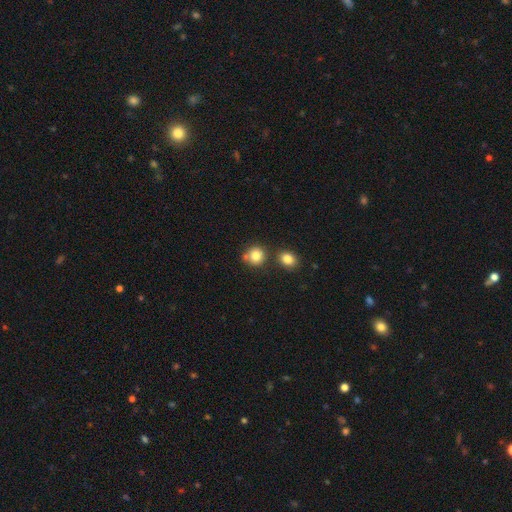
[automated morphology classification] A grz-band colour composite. It shows a smooth galaxy with no disk features (82%) that is round (86%). Merging: none (65%).